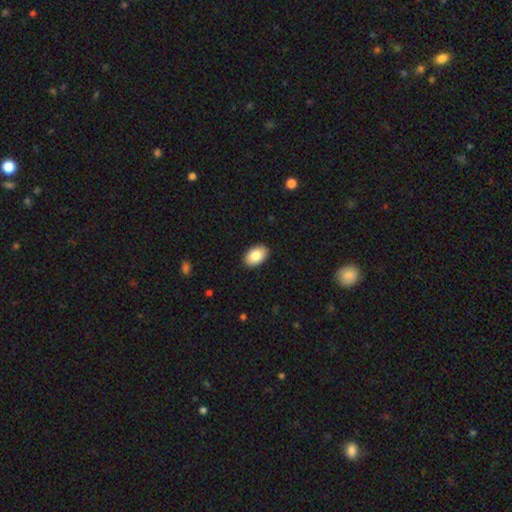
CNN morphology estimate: smooth-or-featured: smooth: 85% | featured or disk: 9% | star or artifact: 7%
  how-rounded: in between: 92% | round: 7% | cigar-shaped: 1%
  merging: none: 90% | minor disturbance: 7% | major disturbance: 2% | merger: 1%